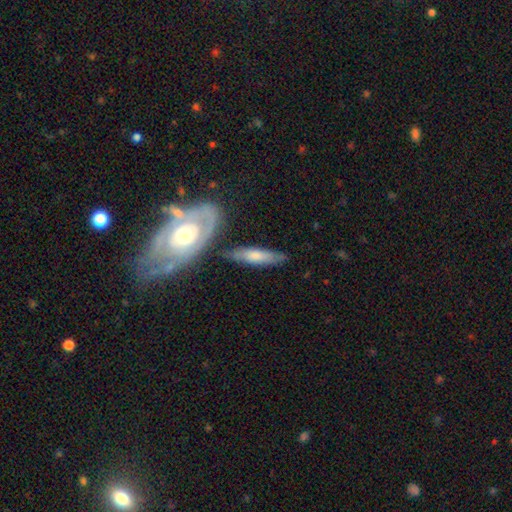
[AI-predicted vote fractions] smooth 52%, featured or disk 42%, star or artifact 6%. Down the decision tree: how rounded — cigar-shaped (74%); merging — none (67%).